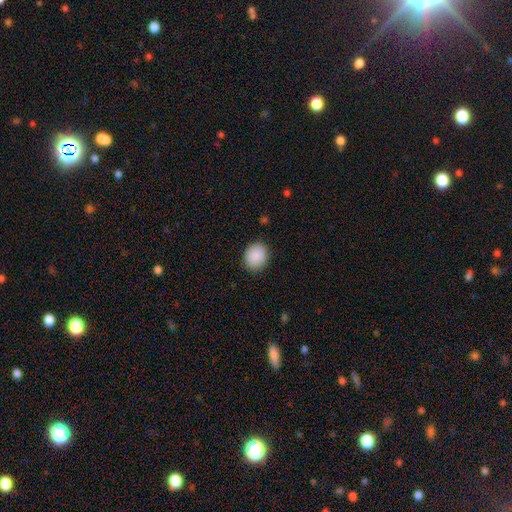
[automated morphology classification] The model was most divided on "how rounded": round: 61%, in between: 38%, cigar-shaped: 1%. More confident: smooth or featured — smooth (90%); merging — none (87%).